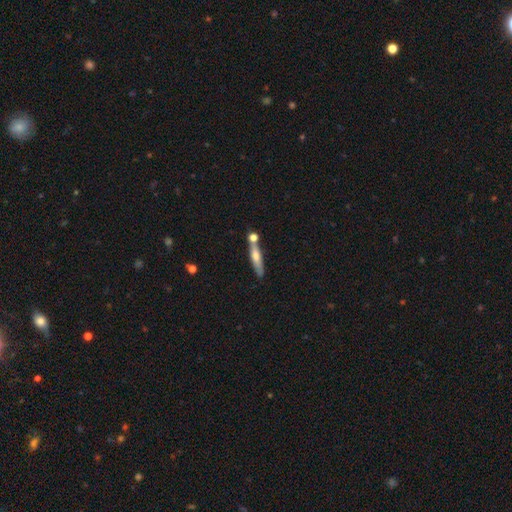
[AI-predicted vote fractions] Smooth or featured?
  - smooth: 53% *
  - featured or disk: 40%
  - star or artifact: 7%
How rounded?
  - cigar-shaped: 83% *
  - in between: 14%
  - round: 3%
Merging?
  - none: 62% *
  - merger: 21%
  - minor disturbance: 13%
  - major disturbance: 4%